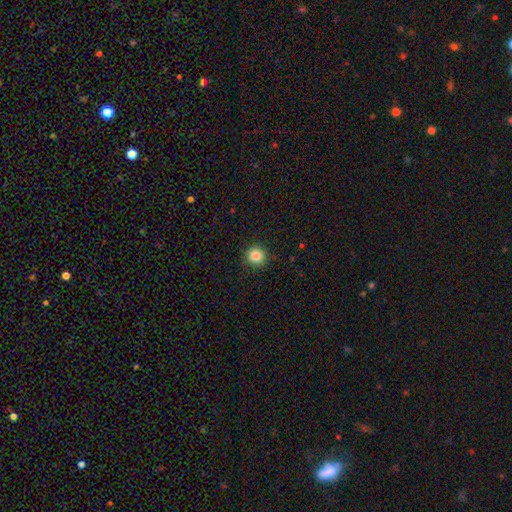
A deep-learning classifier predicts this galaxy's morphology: A smooth galaxy with no disk features (85%) that is round (93%). Merging: none (92%).